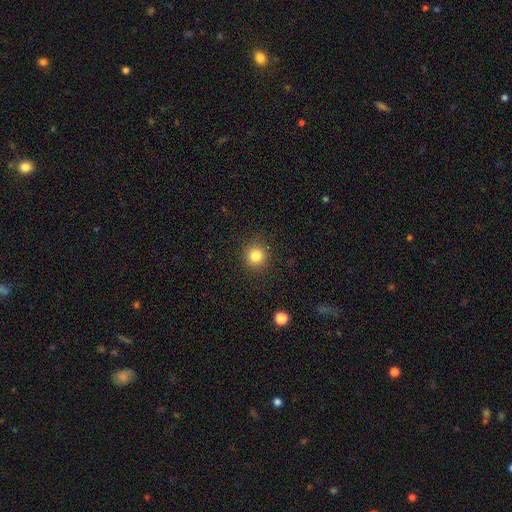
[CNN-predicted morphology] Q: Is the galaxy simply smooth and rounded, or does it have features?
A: smooth — 83%.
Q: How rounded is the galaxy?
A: round — 93%.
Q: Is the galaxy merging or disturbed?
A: none — 91%.